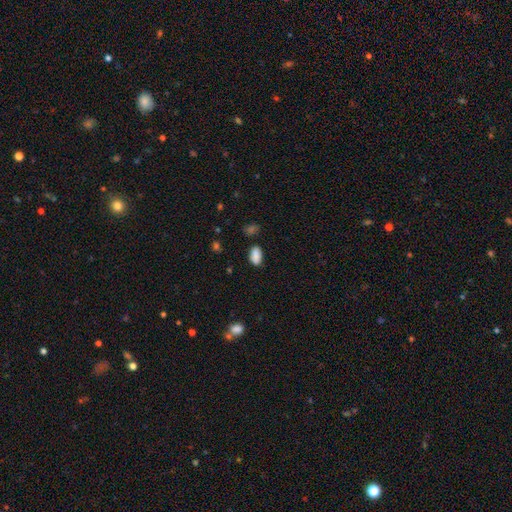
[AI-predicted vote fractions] Q: Smooth or featured?
A: smooth (86%); runner-up: star or artifact (9%)
Q: How rounded?
A: in between (92%); runner-up: round (5%)
Q: Merging?
A: none (78%); runner-up: minor disturbance (15%)